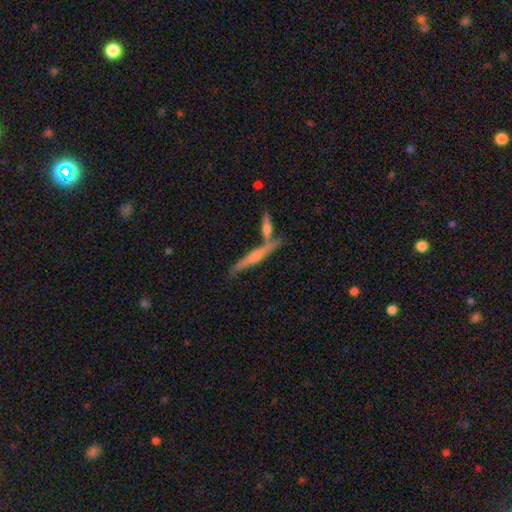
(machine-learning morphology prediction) Smooth or featured? featured or disk (54%)
Edge-on disk? yes (93%)
Edge-on bulge? rounded (47%)
Merging? none (63%)